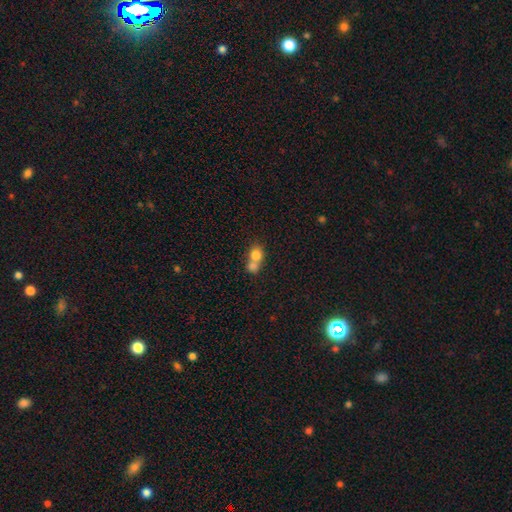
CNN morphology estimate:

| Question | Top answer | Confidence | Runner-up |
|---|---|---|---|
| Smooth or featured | smooth | 78% | featured or disk (13%) |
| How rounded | round | 75% | in between (24%) |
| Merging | merger | 66% | none (26%) |